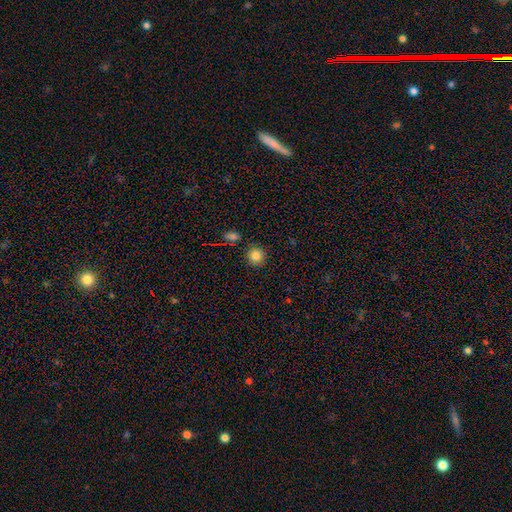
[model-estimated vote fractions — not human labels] Q: Smooth or featured?
A: smooth (84%); runner-up: star or artifact (11%)
Q: How rounded?
A: round (94%); runner-up: in between (5%)
Q: Merging?
A: none (88%); runner-up: minor disturbance (6%)